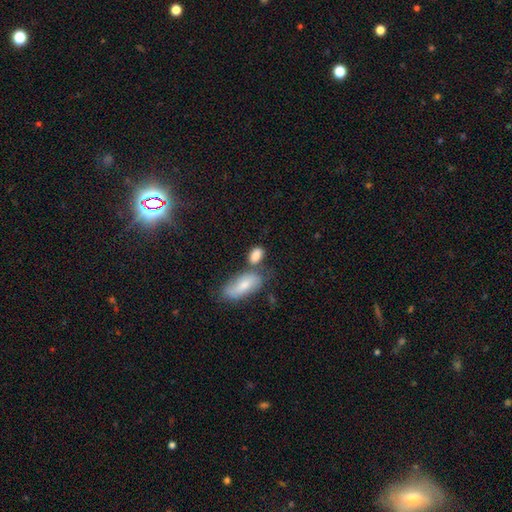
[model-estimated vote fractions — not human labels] Smooth or featured?
  - smooth: 84% *
  - featured or disk: 9%
  - star or artifact: 7%
How rounded?
  - in between: 86% *
  - round: 8%
  - cigar-shaped: 6%
Merging?
  - none: 48% *
  - merger: 30%
  - minor disturbance: 16%
  - major disturbance: 6%